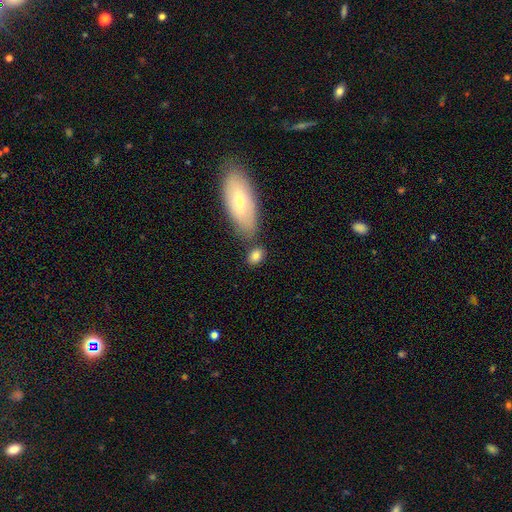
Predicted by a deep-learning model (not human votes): smooth 81%, featured or disk 12%, star or artifact 8%. Down the decision tree: how rounded — in between (77%); merging — none (68%).